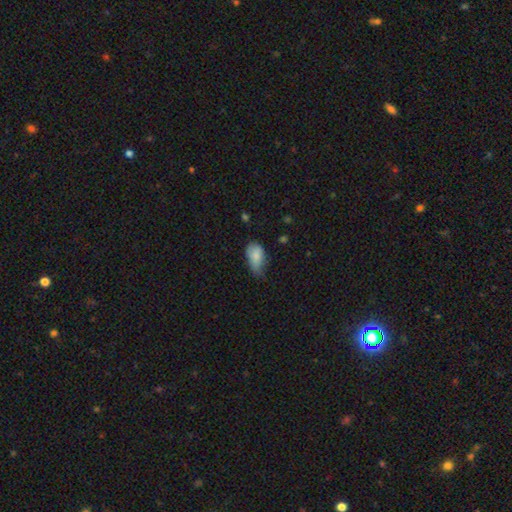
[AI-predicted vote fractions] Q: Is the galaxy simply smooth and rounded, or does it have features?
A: smooth — 81%.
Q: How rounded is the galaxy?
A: in between — 91%.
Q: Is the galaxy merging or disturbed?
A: minor disturbance — 50%.